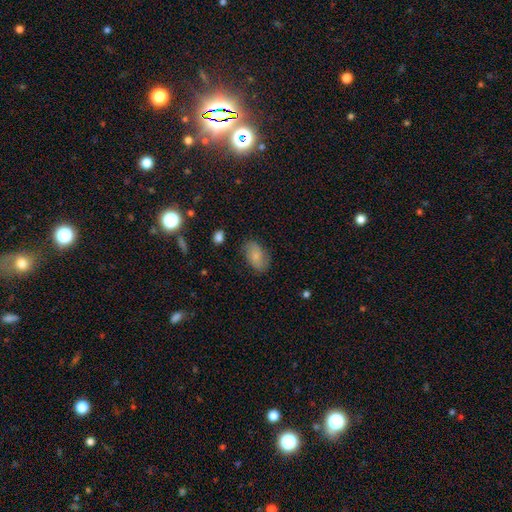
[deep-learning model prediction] smooth_or_featured: smooth (p=0.63) [alt: featured or disk p=0.29]
how_rounded: in between (p=0.90) [alt: round p=0.08]
merging: none (p=0.74) [alt: minor disturbance p=0.19]